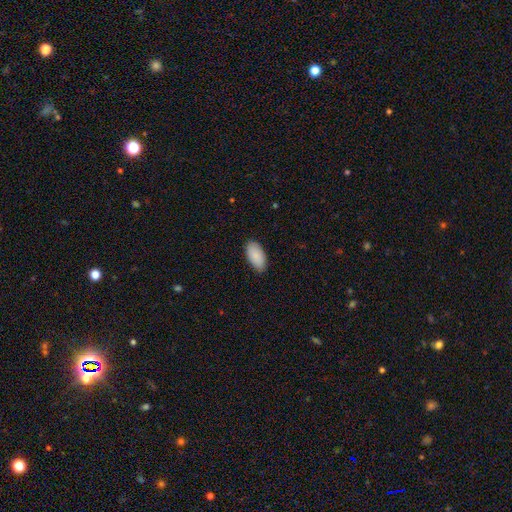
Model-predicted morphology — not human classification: smooth-or-featured: smooth: 89% | star or artifact: 6% | featured or disk: 5%
  how-rounded: in between: 95% | cigar-shaped: 3% | round: 2%
  merging: none: 84% | minor disturbance: 12% | major disturbance: 2% | merger: 1%